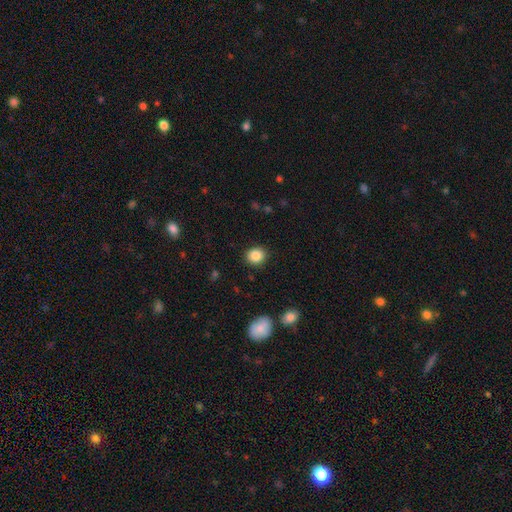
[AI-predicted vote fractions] Smooth or featured? Predicted: smooth (p=0.86). How rounded? Predicted: round (p=0.80). Merging? Predicted: none (p=0.90).